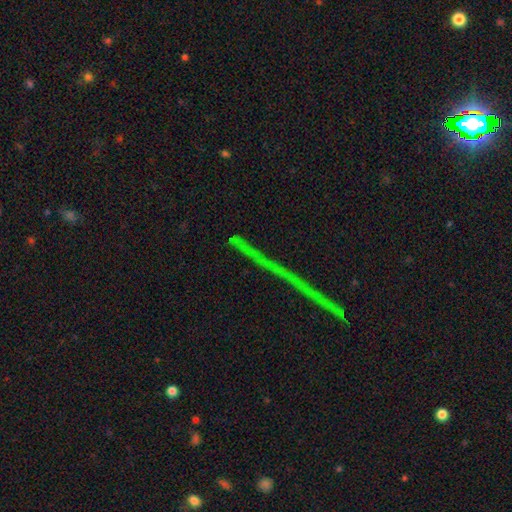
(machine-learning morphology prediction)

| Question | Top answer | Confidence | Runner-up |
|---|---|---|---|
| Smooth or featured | star or artifact | 71% | featured or disk (18%) |